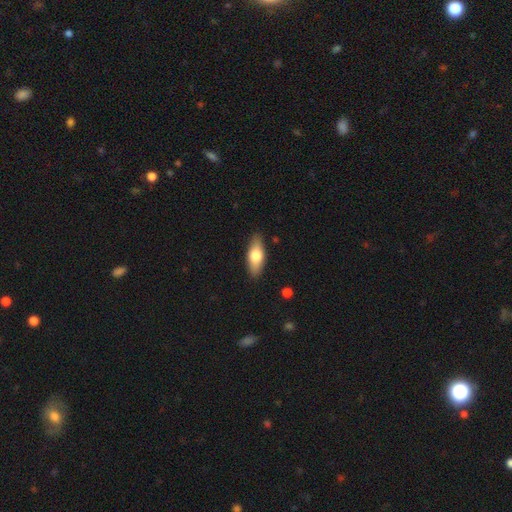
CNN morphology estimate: Q: Smooth or featured?
A: smooth (68%); runner-up: featured or disk (27%)
Q: How rounded?
A: in between (73%); runner-up: cigar-shaped (24%)
Q: Merging?
A: none (87%); runner-up: minor disturbance (10%)